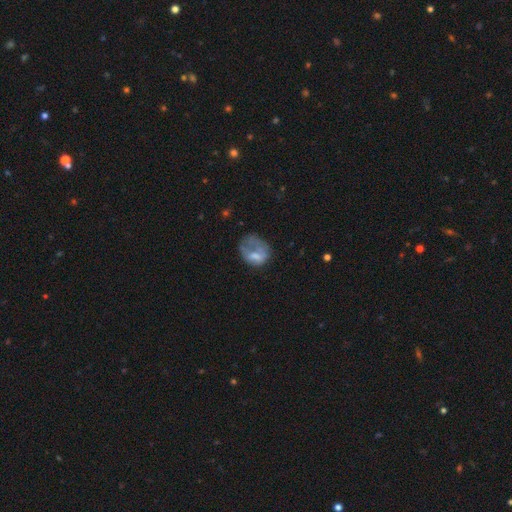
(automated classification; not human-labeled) smooth 50%, featured or disk 38%, star or artifact 12%. Down the decision tree: how rounded — in between (56%); merging — major disturbance (41%).